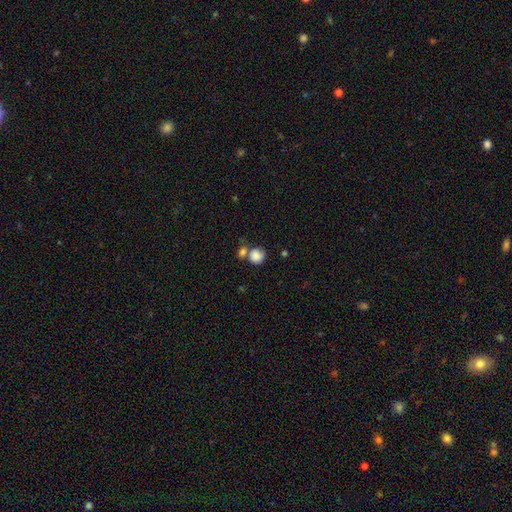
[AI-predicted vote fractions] This appears to be a smooth galaxy with no disk features (86%) that is round (86%). Merging: none (53%).